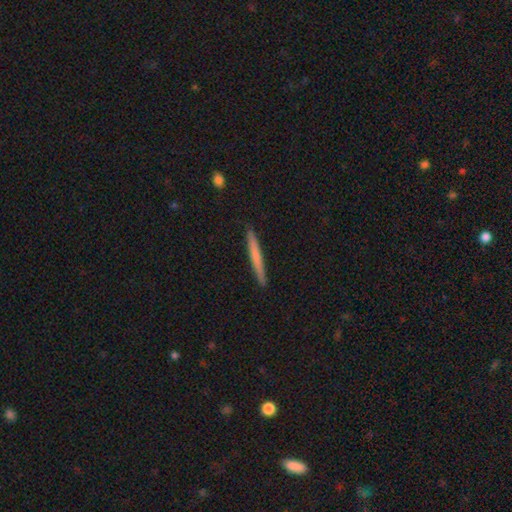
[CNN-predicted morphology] Smooth or featured: smooth — 59% (featured or disk — 35%)
How rounded: cigar-shaped — 97% (in between — 2%)
Merging: none — 91% (minor disturbance — 7%)